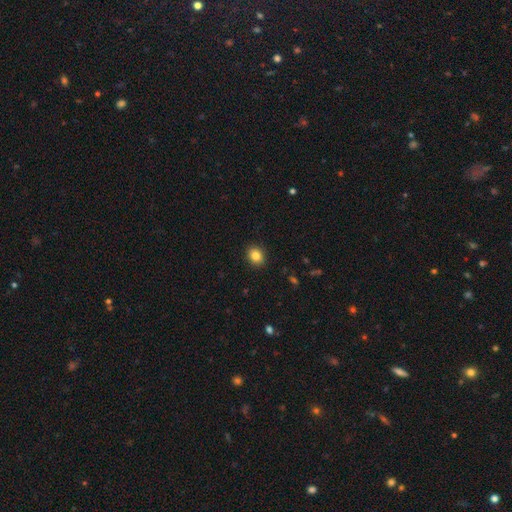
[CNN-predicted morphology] Smooth or featured: smooth — 84% (star or artifact — 10%)
How rounded: round — 61% (in between — 38%)
Merging: none — 91% (minor disturbance — 6%)